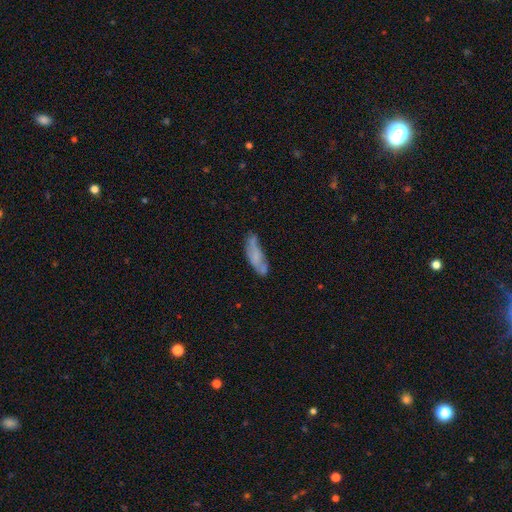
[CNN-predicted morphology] Smooth or featured?
  - smooth: 59% *
  - featured or disk: 32%
  - star or artifact: 9%
How rounded?
  - cigar-shaped: 52% *
  - in between: 46%
  - round: 2%
Merging?
  - none: 50% *
  - minor disturbance: 29%
  - major disturbance: 13%
  - merger: 8%